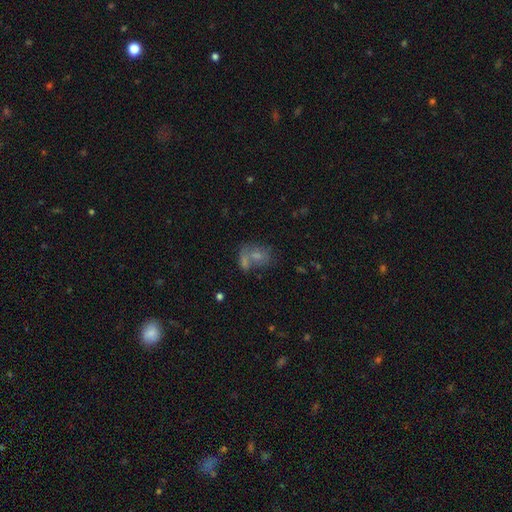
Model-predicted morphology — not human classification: A smooth galaxy with no disk features (61%) that is in between round and cigar-shaped (64%). Merging: merger (41%).